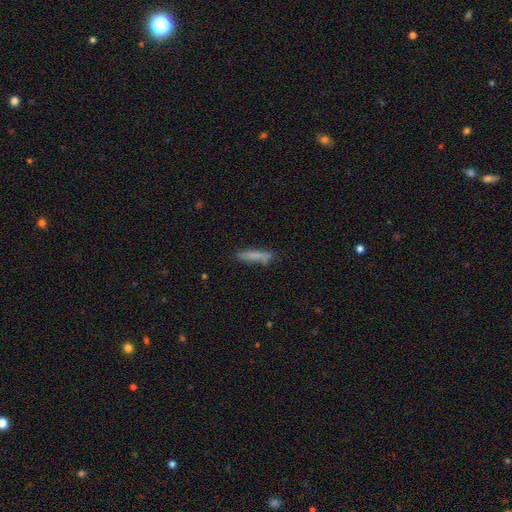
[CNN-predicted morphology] Smooth or featured? Predicted: smooth (p=0.79). How rounded? Predicted: cigar-shaped (p=0.89). Merging? Predicted: none (p=0.76).